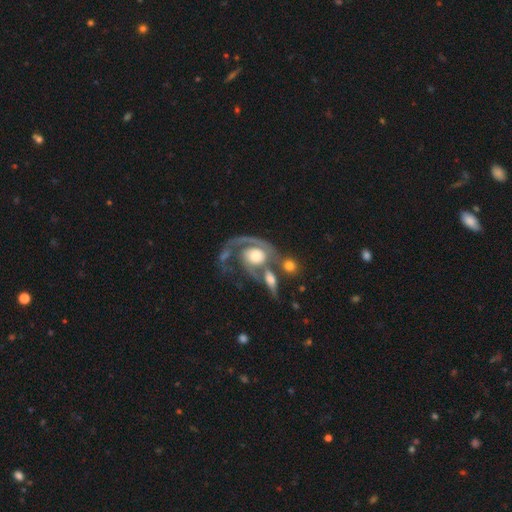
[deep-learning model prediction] Q: Smooth or featured?
A: featured or disk (82%); runner-up: smooth (13%)
Q: Edge-on disk?
A: no (97%); runner-up: yes (3%)
Q: Bar?
A: no (76%); runner-up: weak (19%)
Q: Spiral arms?
A: yes (89%); runner-up: no (11%)
Q: Spiral winding?
A: tight (40%); runner-up: medium (37%)
Q: Spiral arm count?
A: 1 (54%); runner-up: 2 (33%)
Q: Bulge size?
A: moderate (44%); runner-up: large (38%)
Q: Merging?
A: merger (33%); runner-up: none (29%)